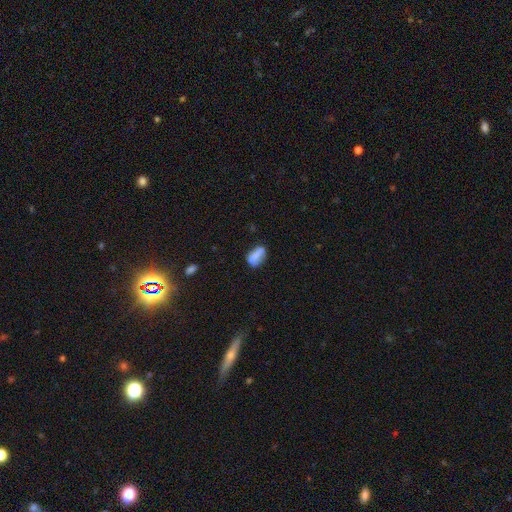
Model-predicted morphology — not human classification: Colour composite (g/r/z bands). It shows a smooth galaxy with no disk features (73%) that is in between round and cigar-shaped (76%). Merging: none (61%).